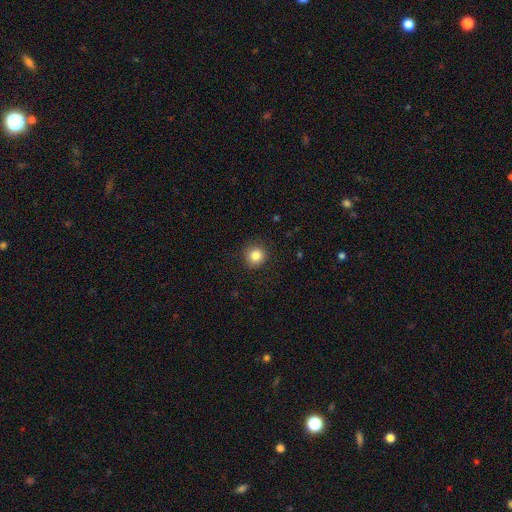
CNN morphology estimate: Smooth or featured: smooth — 85% (star or artifact — 10%)
How rounded: round — 92% (in between — 7%)
Merging: none — 90% (minor disturbance — 7%)